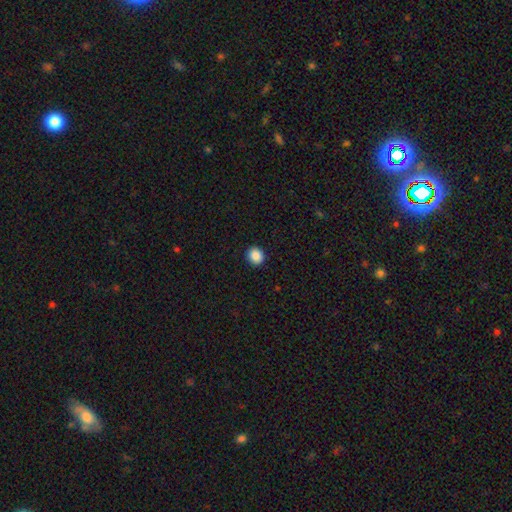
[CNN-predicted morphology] type=smooth (88%); roundness=round (85%); merging=none (93%).